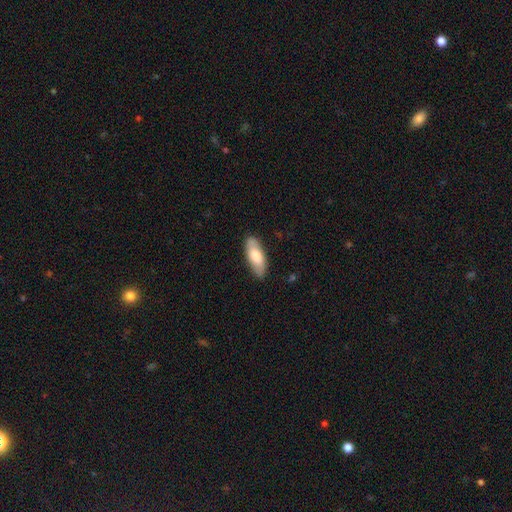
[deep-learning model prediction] smooth-or-featured: smooth: 72% | featured or disk: 22% | star or artifact: 5%
  how-rounded: in between: 74% | cigar-shaped: 24% | round: 2%
  merging: none: 82% | minor disturbance: 14% | major disturbance: 2% | merger: 1%